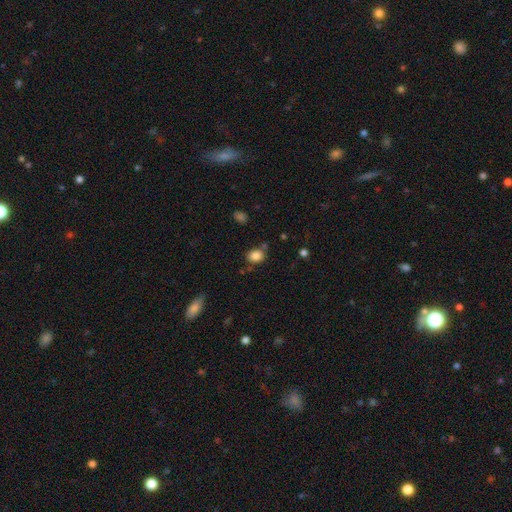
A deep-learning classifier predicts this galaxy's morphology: Q: Smooth or featured?
A: smooth (84%); runner-up: star or artifact (10%)
Q: How rounded?
A: round (50%); runner-up: in between (49%)
Q: Merging?
A: none (74%); runner-up: minor disturbance (14%)